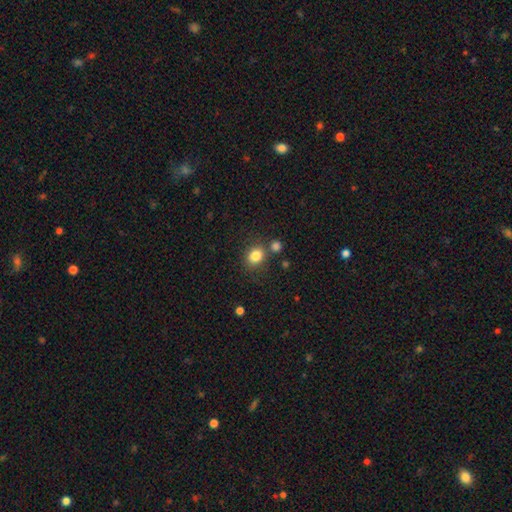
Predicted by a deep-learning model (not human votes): This is clearly a smooth galaxy (83%). How rounded: possibly round (55%). Merging: likely none (69%).